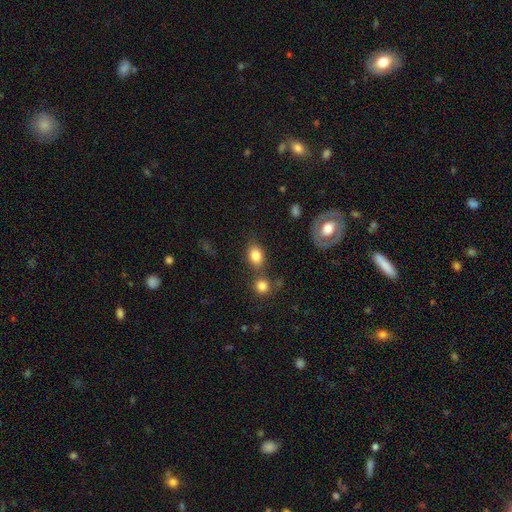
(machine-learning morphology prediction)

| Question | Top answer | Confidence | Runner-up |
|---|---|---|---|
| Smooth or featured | smooth | 83% | star or artifact (9%) |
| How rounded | in between | 66% | round (33%) |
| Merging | none | 60% | merger (21%) |